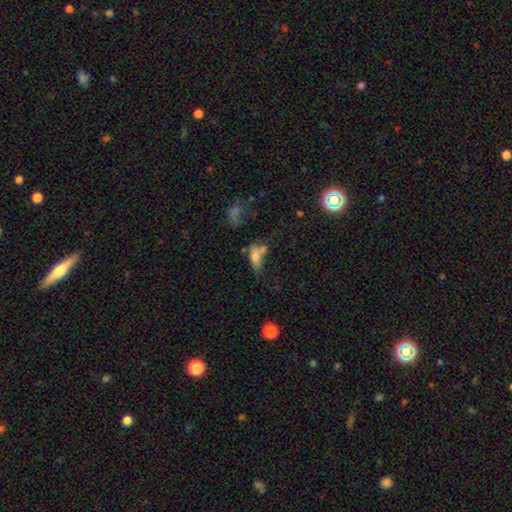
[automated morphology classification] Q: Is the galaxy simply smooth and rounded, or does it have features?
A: smooth — 63%.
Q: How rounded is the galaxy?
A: in between — 74%.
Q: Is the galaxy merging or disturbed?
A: merger — 33%.